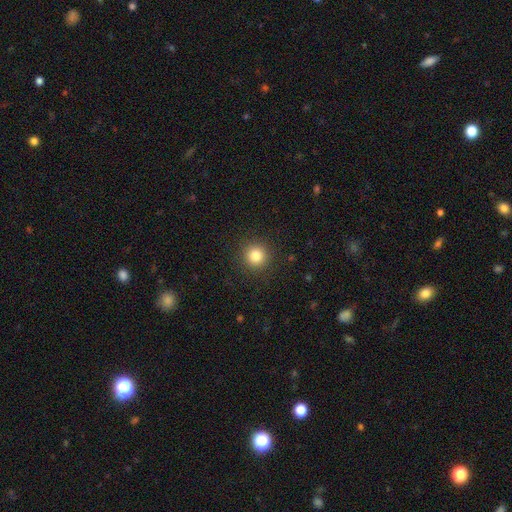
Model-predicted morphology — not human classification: Smooth or featured? smooth (83%)
How rounded? round (95%)
Merging? none (92%)